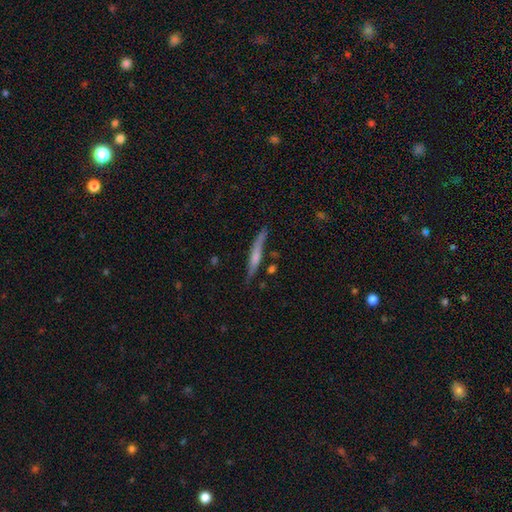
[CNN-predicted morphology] This is possibly a smooth galaxy (48%). Merging: likely none (69%).